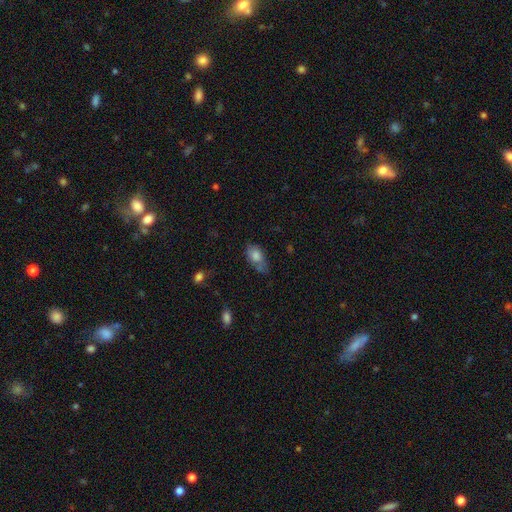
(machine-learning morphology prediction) Overall: smooth (75%). How rounded: in between (88%). Merging: none (45%; minor disturbance 35%).